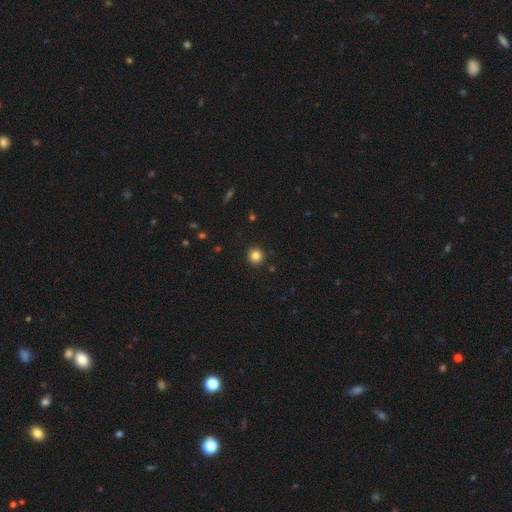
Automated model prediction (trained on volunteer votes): A smooth galaxy with no disk features (83%) that is round (95%). Merging: none (93%).